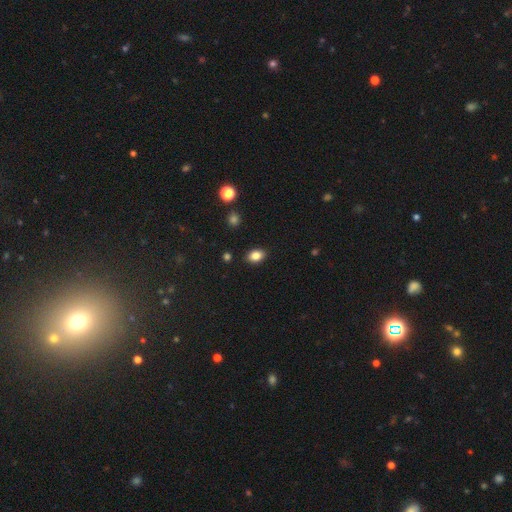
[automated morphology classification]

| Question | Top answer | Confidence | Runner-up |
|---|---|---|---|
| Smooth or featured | smooth | 85% | star or artifact (10%) |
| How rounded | in between | 79% | round (19%) |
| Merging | none | 88% | minor disturbance (9%) |